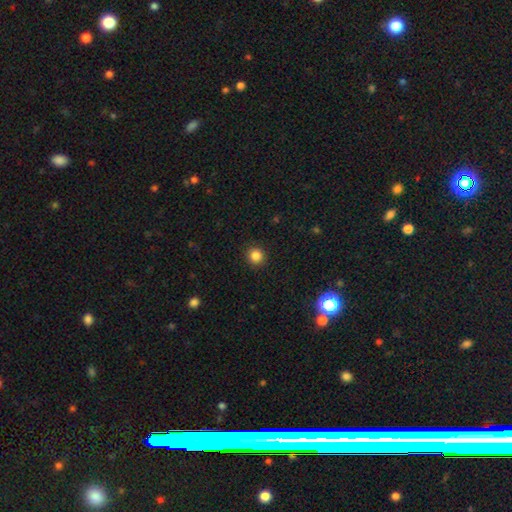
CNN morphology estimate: The model was most divided on "smooth or featured": smooth: 85%, star or artifact: 11%, featured or disk: 4%. More confident: how rounded — round (93%); merging — none (92%).